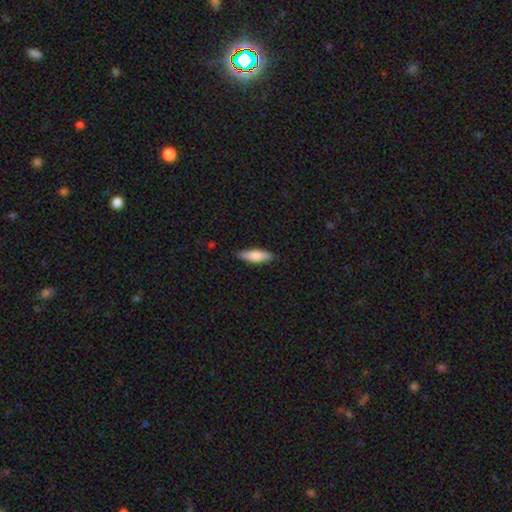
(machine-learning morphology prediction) Smooth or featured? Predicted: smooth (p=0.78). How rounded? Predicted: cigar-shaped (p=0.50). Merging? Predicted: none (p=0.86).